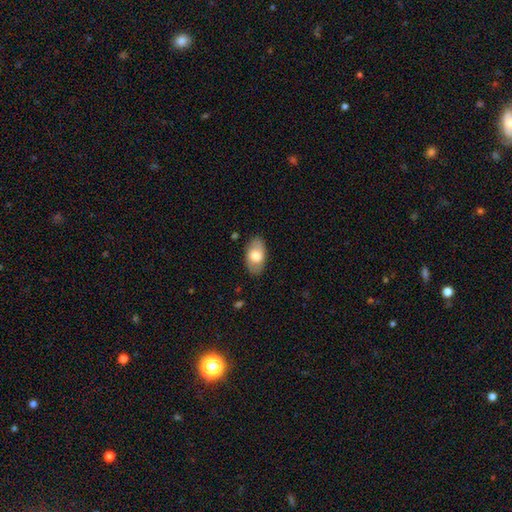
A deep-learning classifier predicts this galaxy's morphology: Smooth or featured? smooth (69%)
How rounded? in between (93%)
Merging? none (85%)